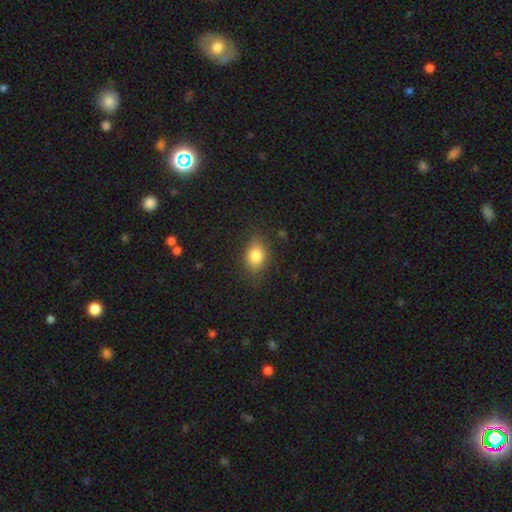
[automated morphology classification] A smooth galaxy with no disk features (82%) that is in between round and cigar-shaped (65%).

Vote fractions:
- Smooth or featured? smooth: 82% / star or artifact: 10% / featured or disk: 8%
- How rounded? in between: 65% / round: 34% / cigar-shaped: 2%
- Merging? none: 80% / minor disturbance: 15% / major disturbance: 4% / merger: 1%